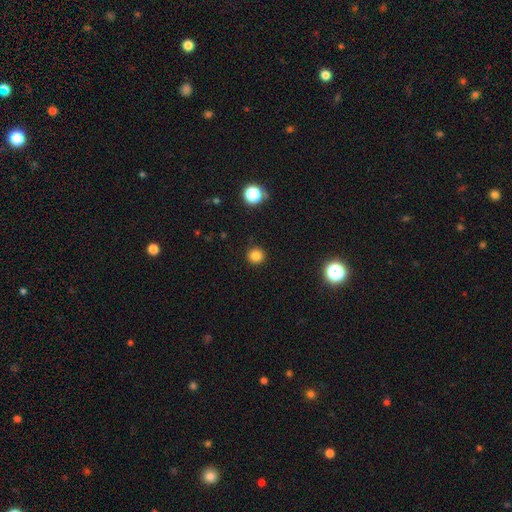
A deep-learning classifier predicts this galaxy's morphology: This appears to be a smooth galaxy with no disk features (82%) that is round (94%). Merging: none (92%).